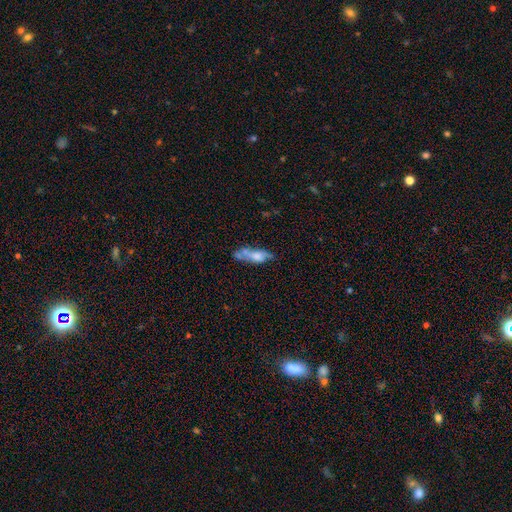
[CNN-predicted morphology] smooth-or-featured: smooth: 50% | featured or disk: 42% | star or artifact: 8%
  merging: none: 42% | minor disturbance: 26% | merger: 17% | major disturbance: 15%